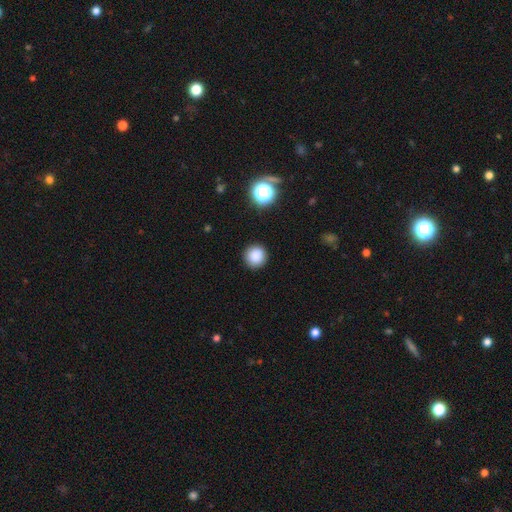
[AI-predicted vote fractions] smooth_or_featured: smooth (p=0.85) [alt: star or artifact p=0.11]
how_rounded: round (p=0.94) [alt: in between p=0.05]
merging: none (p=0.90) [alt: minor disturbance p=0.07]